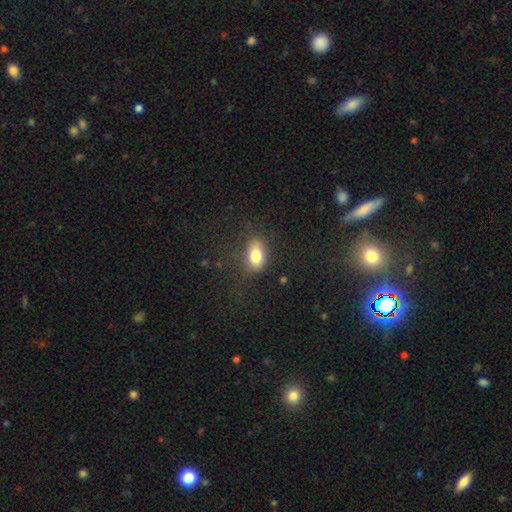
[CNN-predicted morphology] Overall: smooth (80%). How rounded: in between (85%). Merging: none (73%).